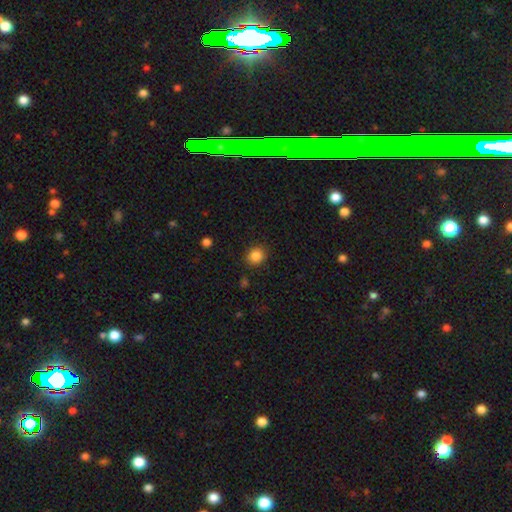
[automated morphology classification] smooth 86%, star or artifact 10%, featured or disk 4%. Down the decision tree: how rounded — round (79%); merging — none (88%).